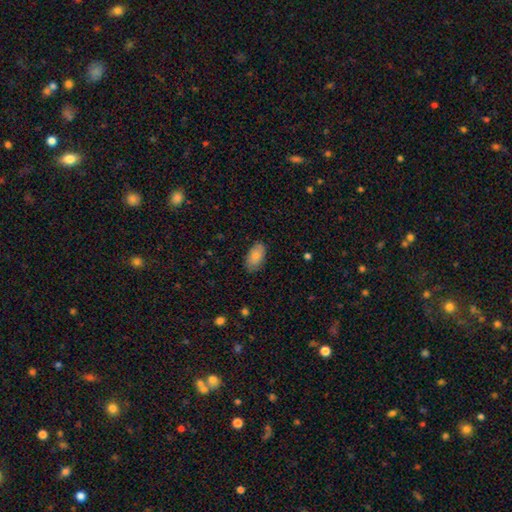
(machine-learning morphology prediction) This appears to be a smooth galaxy with no disk features (82%) that is in between round and cigar-shaped (94%). Merging: none (83%).